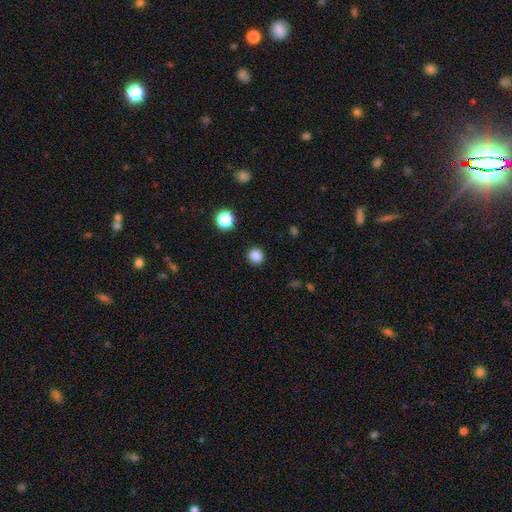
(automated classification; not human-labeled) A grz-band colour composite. It shows a smooth galaxy with no disk features (84%) that is round (89%). Merging: none (90%).